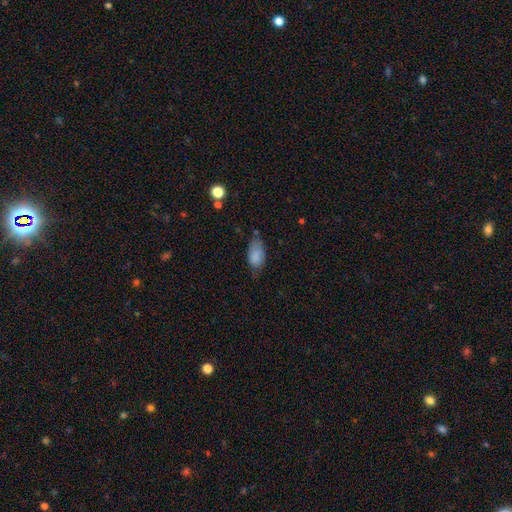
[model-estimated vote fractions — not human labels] Q: Smooth or featured?
A: smooth (84%); runner-up: featured or disk (8%)
Q: How rounded?
A: in between (92%); runner-up: cigar-shaped (5%)
Q: Merging?
A: none (53%); runner-up: minor disturbance (36%)